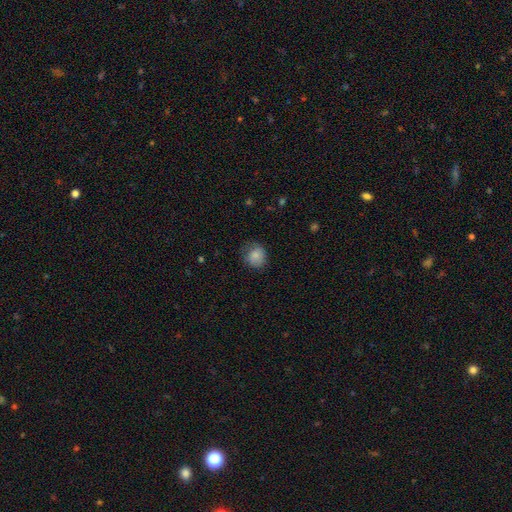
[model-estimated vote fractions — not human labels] Overall: smooth (83%). How rounded: round (75%). Merging: none (69%).